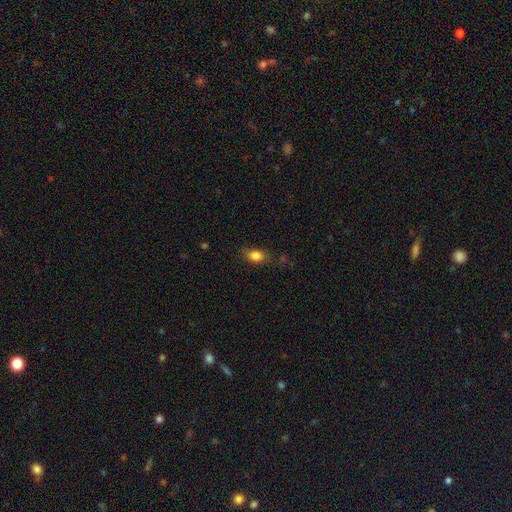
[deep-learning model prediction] Smooth or featured?
  - smooth: 83% *
  - star or artifact: 9%
  - featured or disk: 7%
How rounded?
  - in between: 78% *
  - round: 18%
  - cigar-shaped: 4%
Merging?
  - none: 73% *
  - minor disturbance: 19%
  - major disturbance: 6%
  - merger: 2%